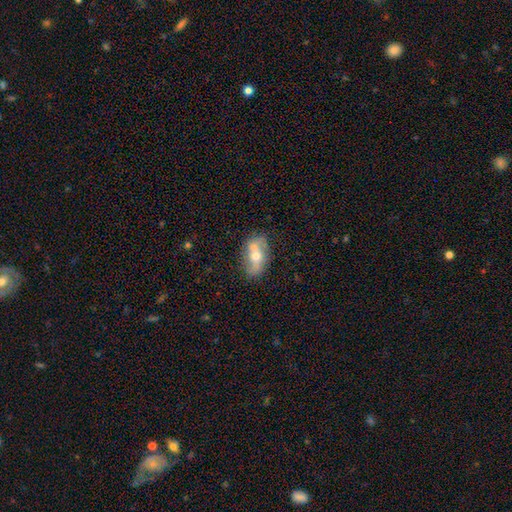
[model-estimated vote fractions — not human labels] This appears to be a featured or disk galaxy (57%). Merging: none (73%).